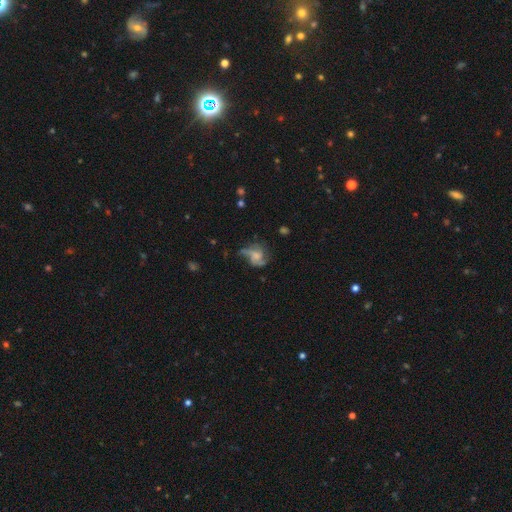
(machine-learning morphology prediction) The model was most divided on "bulge size": small: 34%, moderate: 32%, none: 24%, large: 8%, dominant: 2%. Remaining: edge-on disk — no (97%); spiral arms — yes (83%); bar — no (69%); smooth or featured — featured or disk (64%); spiral winding — loose (45%); merging — none (44%); spiral arm count — 3 (34%).